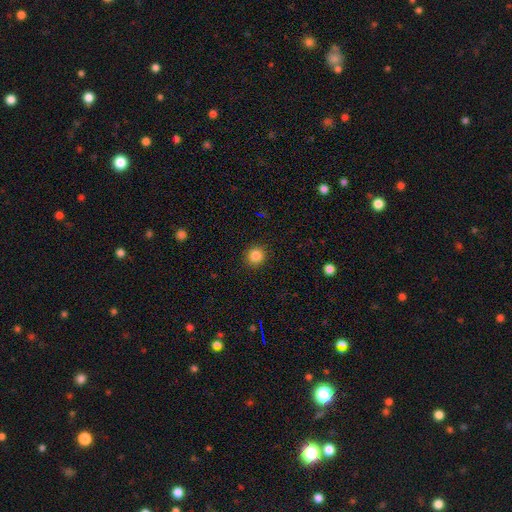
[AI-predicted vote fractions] Overall: smooth (85%). How rounded: round (89%). Merging: none (90%).